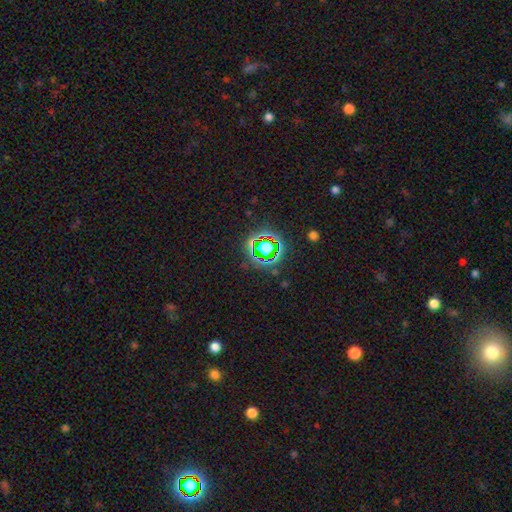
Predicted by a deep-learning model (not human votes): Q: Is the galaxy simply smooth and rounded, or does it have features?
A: star or artifact — 79%.